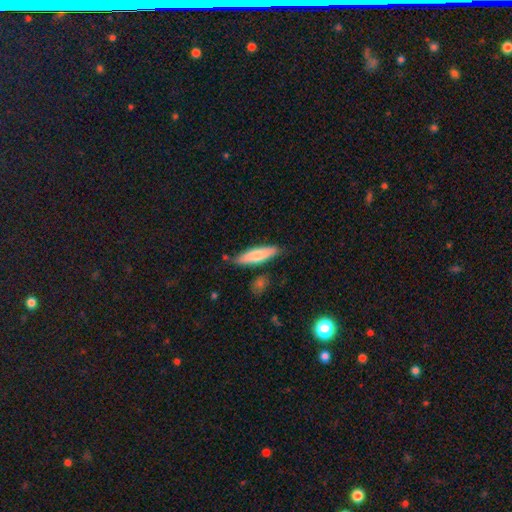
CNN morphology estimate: A smooth galaxy with no disk features (74%) that is cigar-shaped (70%). Merging: none (80%).